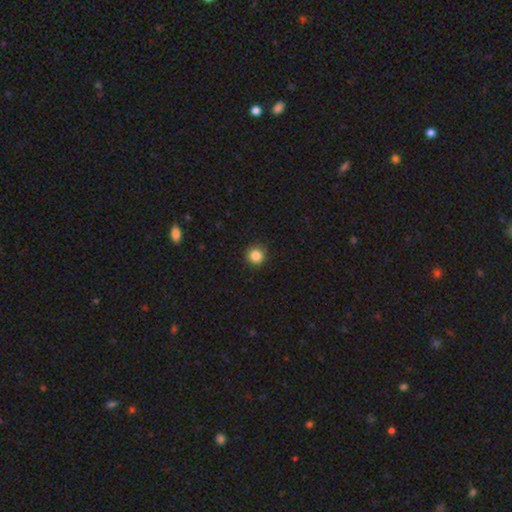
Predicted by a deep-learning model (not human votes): Smooth or featured? Predicted: smooth (p=0.86). How rounded? Predicted: round (p=0.94). Merging? Predicted: none (p=0.92).